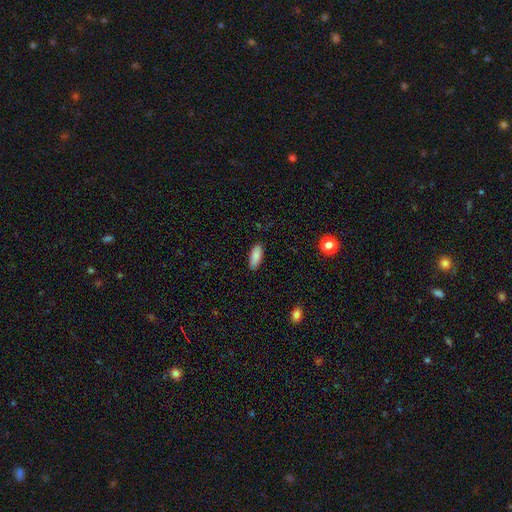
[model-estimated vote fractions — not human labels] This is clearly a smooth galaxy (88%). How rounded: likely in between (77%). Merging: clearly none (88%).